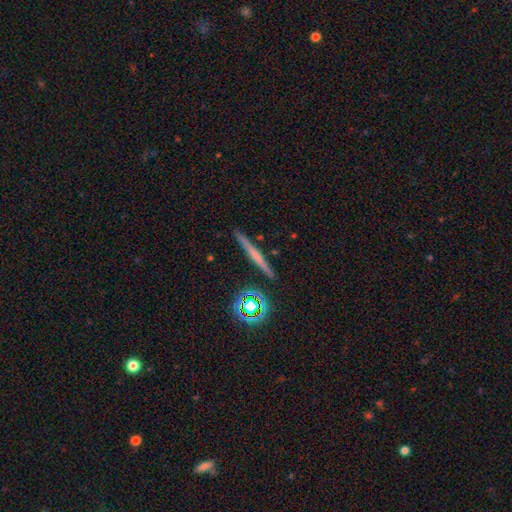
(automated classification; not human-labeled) Smooth or featured? Predicted: featured or disk (p=0.50). Merging? Predicted: none (p=0.90).